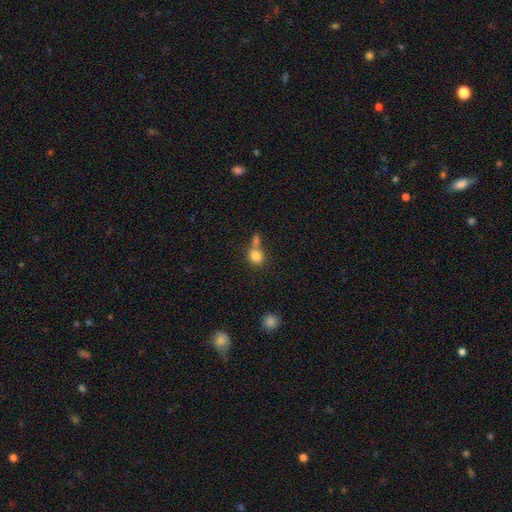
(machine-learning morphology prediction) This appears to be a smooth galaxy with no disk features (82%) that is round (75%). Merging: none (47%).